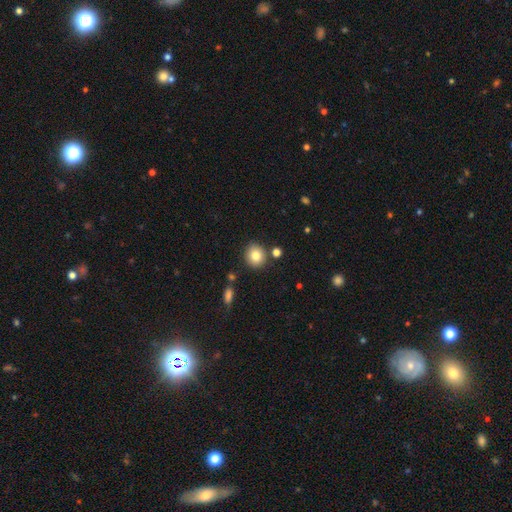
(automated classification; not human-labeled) smooth 82%, star or artifact 10%, featured or disk 8%. Down the decision tree: how rounded — round (84%); merging — none (82%).